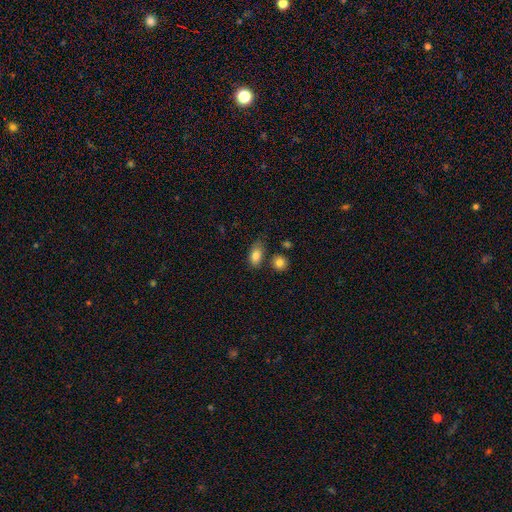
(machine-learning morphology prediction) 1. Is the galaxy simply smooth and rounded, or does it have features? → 83% smooth, 9% featured or disk, 8% star or artifact.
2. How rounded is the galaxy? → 87% in between, 9% round, 3% cigar-shaped.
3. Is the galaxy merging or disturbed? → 64% none, 21% minor disturbance, 9% merger, 5% major disturbance.